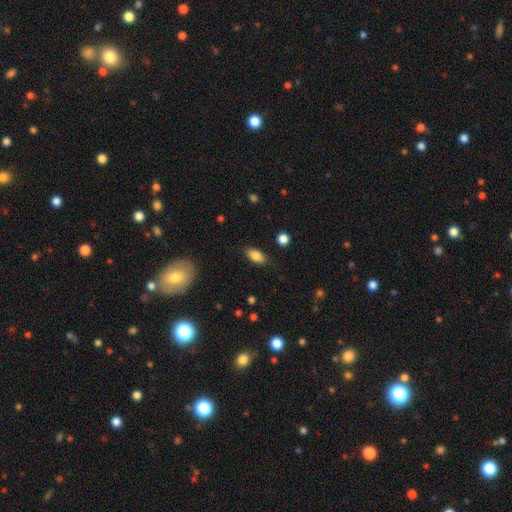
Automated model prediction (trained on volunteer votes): Overall: smooth (85%). How rounded: in between (90%). Merging: none (85%).